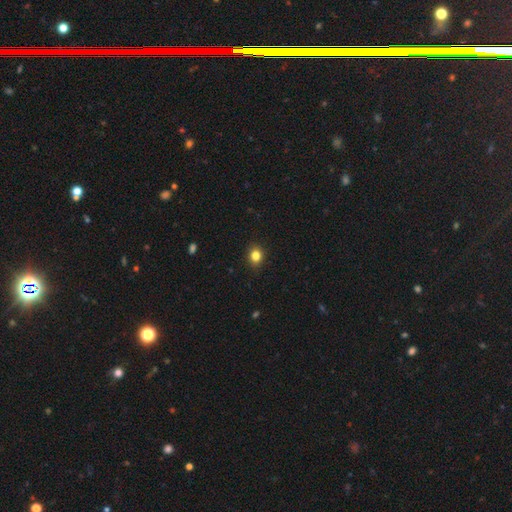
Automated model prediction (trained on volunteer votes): The model was most divided on "how rounded": round: 61%, in between: 38%, cigar-shaped: 1%. More confident: merging — none (89%); smooth or featured — smooth (83%).